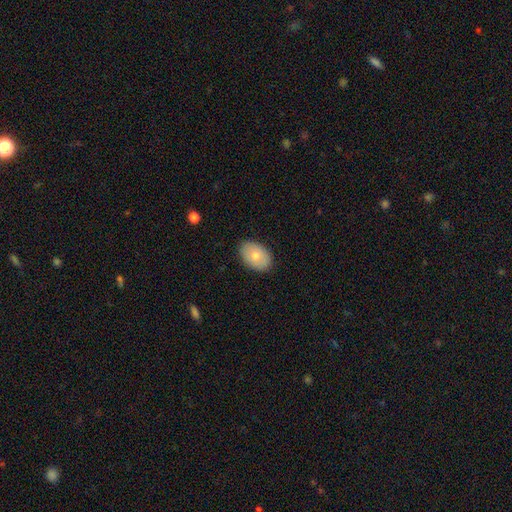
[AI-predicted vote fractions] Overall: smooth (76%). How rounded: in between (87%). Merging: none (87%).